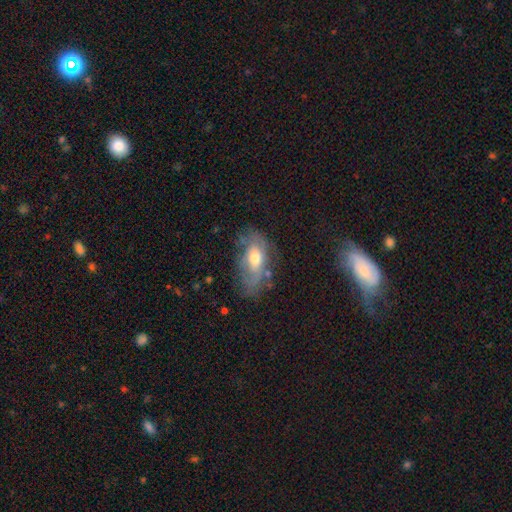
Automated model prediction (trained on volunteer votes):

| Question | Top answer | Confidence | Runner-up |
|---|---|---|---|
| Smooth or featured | smooth | 43% | featured or disk (37%) |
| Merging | none | 68% | minor disturbance (18%) |